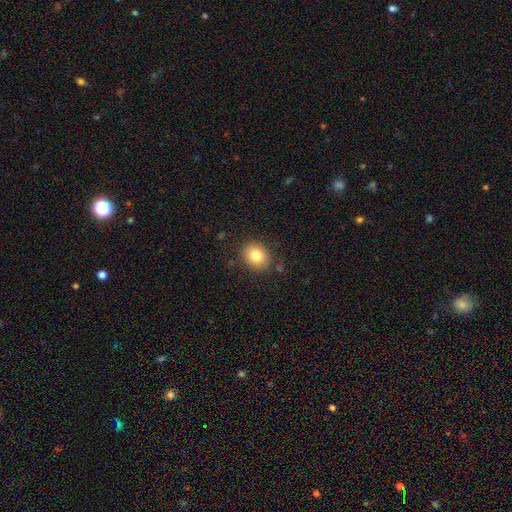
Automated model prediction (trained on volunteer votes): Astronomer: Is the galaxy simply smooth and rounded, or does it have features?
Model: smooth — 81%.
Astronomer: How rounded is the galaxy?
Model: round — 63%.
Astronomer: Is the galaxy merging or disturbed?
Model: none — 85%.